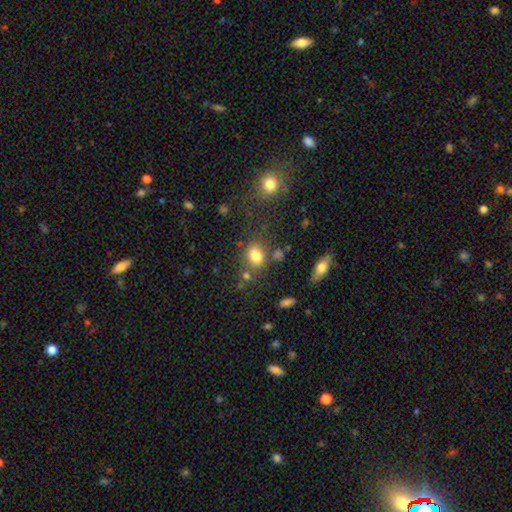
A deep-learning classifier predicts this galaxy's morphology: Smooth or featured: smooth — 80% (star or artifact — 12%)
How rounded: in between — 60% (round — 39%)
Merging: none — 68% (minor disturbance — 15%)